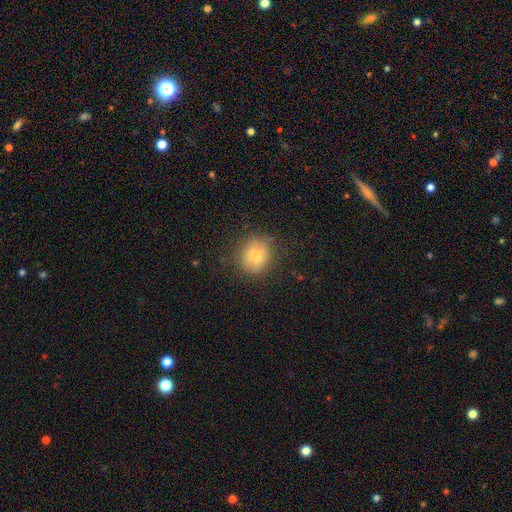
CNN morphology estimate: A smooth galaxy with no disk features (74%) that is round (75%).

Vote fractions:
- Smooth or featured? smooth: 74% / featured or disk: 16% / star or artifact: 10%
- How rounded? round: 75% / in between: 24% / cigar-shaped: 1%
- Merging? none: 78% / minor disturbance: 16% / major disturbance: 5% / merger: 1%